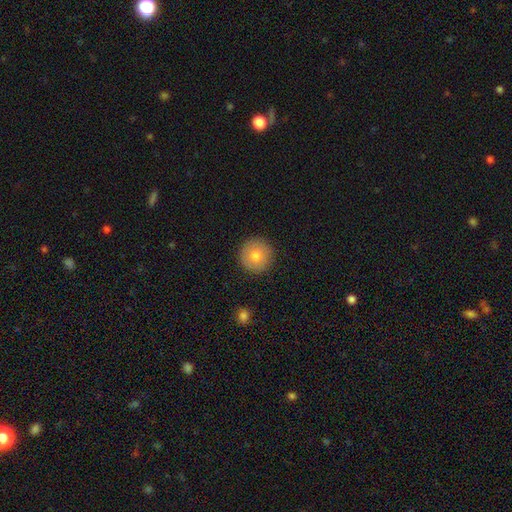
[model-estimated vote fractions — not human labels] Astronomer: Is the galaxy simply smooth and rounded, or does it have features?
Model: smooth — 74%.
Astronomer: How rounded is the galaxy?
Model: round — 96%.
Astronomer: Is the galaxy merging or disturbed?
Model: none — 91%.